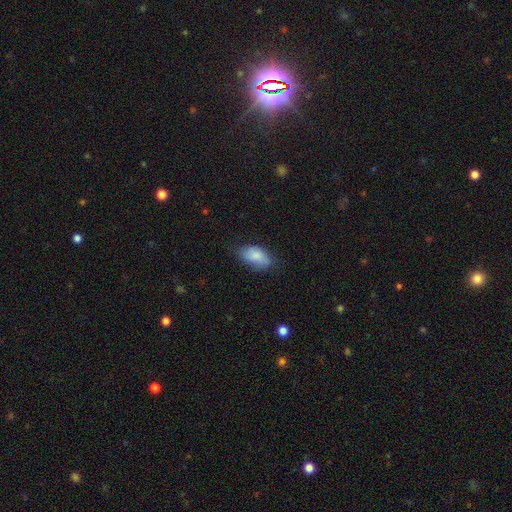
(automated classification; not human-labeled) Morphology: type=smooth (83%); roundness=in between (93%); merging=none (64%).